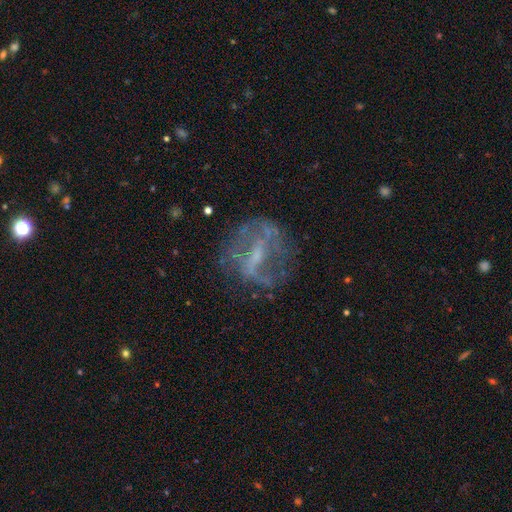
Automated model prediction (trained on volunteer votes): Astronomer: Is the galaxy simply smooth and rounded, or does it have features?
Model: featured or disk — 70%.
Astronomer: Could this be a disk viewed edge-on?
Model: no — 92%.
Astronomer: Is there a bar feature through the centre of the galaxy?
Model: weak — 40% (runner-up: strong, 37%).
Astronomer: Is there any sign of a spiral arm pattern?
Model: no — 54% (runner-up: yes, 46%).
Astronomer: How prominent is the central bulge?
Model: small — 49% (runner-up: none, 26%).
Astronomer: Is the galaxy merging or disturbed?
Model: none — 62%.